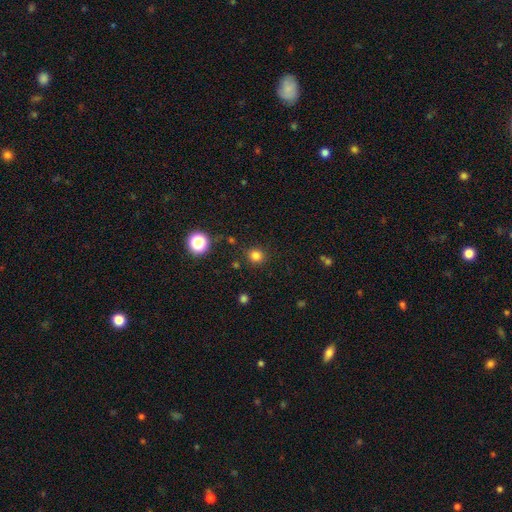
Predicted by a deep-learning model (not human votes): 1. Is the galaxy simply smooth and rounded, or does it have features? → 81% smooth, 15% star or artifact, 4% featured or disk.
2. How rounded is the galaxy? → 89% round, 10% in between, 1% cigar-shaped.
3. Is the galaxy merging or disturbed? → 88% none, 7% minor disturbance, 3% major disturbance, 2% merger.